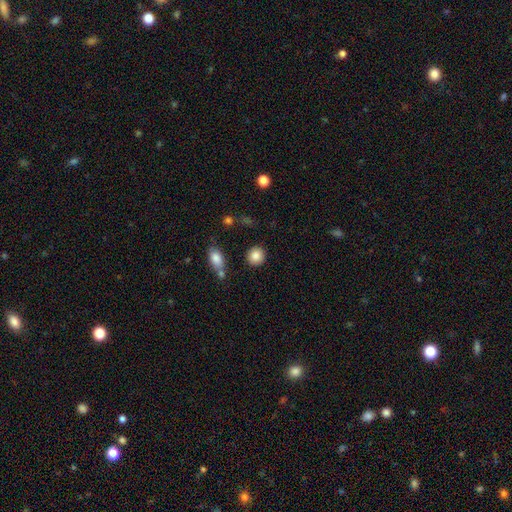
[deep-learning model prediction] Q: Smooth or featured?
A: smooth (86%); runner-up: star or artifact (9%)
Q: How rounded?
A: round (88%); runner-up: in between (11%)
Q: Merging?
A: none (86%); runner-up: minor disturbance (8%)